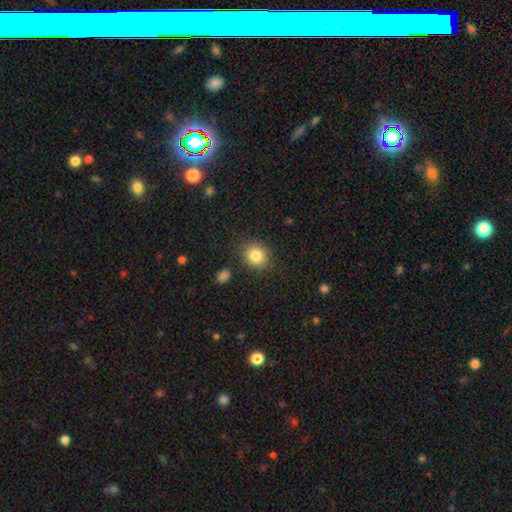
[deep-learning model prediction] Smooth or featured: smooth — 83% (star or artifact — 10%)
How rounded: round — 73% (in between — 26%)
Merging: none — 85% (minor disturbance — 9%)